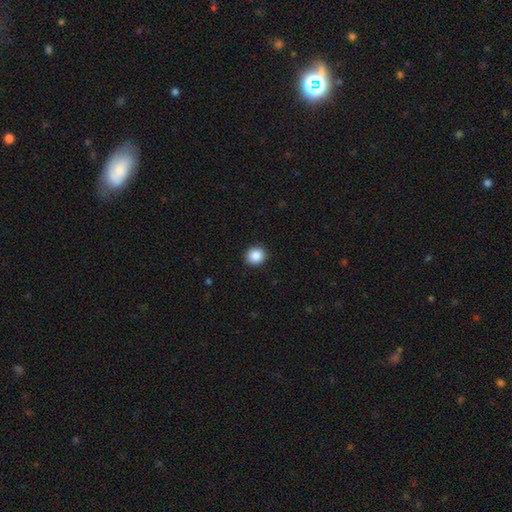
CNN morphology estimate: Overall: smooth (88%). How rounded: round (88%). Merging: none (91%).